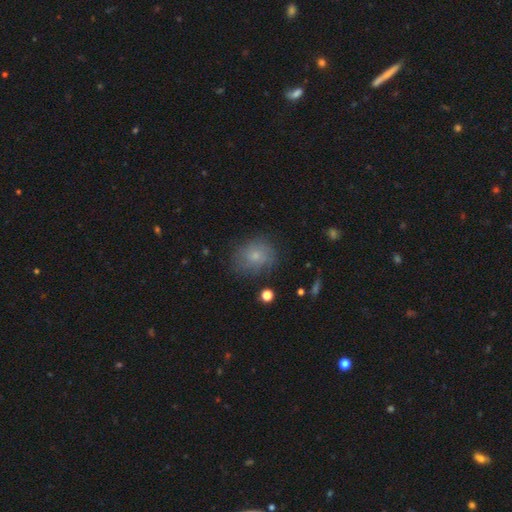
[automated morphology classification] This is likely a smooth galaxy (60%). How rounded: likely round (64%). Merging: likely none (71%).